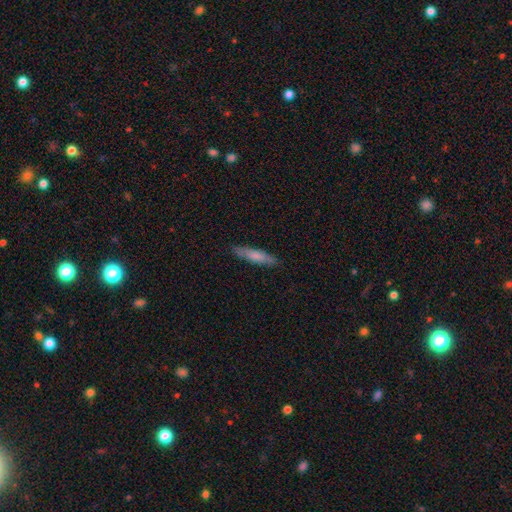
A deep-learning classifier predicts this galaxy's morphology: A smooth galaxy with no disk features (73%) that is cigar-shaped (80%).

Vote fractions:
- Smooth or featured? smooth: 73% / featured or disk: 22% / star or artifact: 6%
- How rounded? cigar-shaped: 80% / in between: 18% / round: 1%
- Merging? none: 84% / minor disturbance: 12% / major disturbance: 2% / merger: 1%